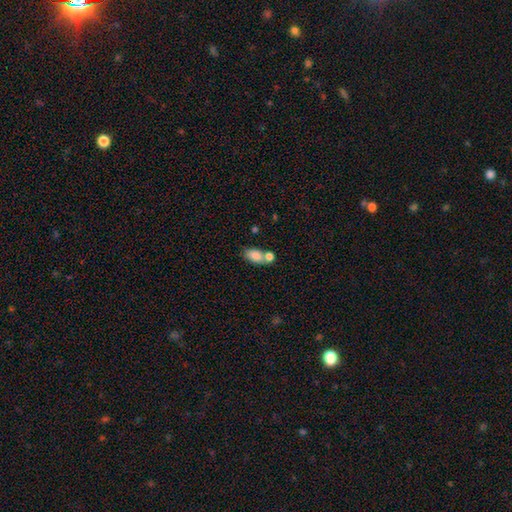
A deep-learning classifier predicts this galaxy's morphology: Overall: smooth (82%). How rounded: in between (88%). Merging: none (42%, tied with merger).